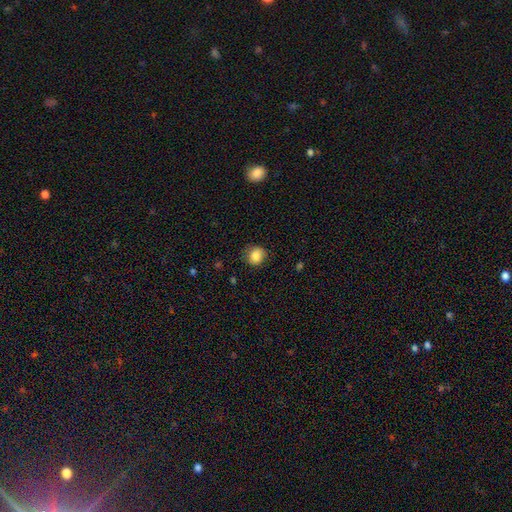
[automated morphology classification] A smooth galaxy with no disk features (84%) that is round (78%).

Vote fractions:
- Smooth or featured? smooth: 84% / star or artifact: 10% / featured or disk: 6%
- How rounded? round: 78% / in between: 21% / cigar-shaped: 1%
- Merging? none: 83% / minor disturbance: 13% / major disturbance: 3% / merger: 1%